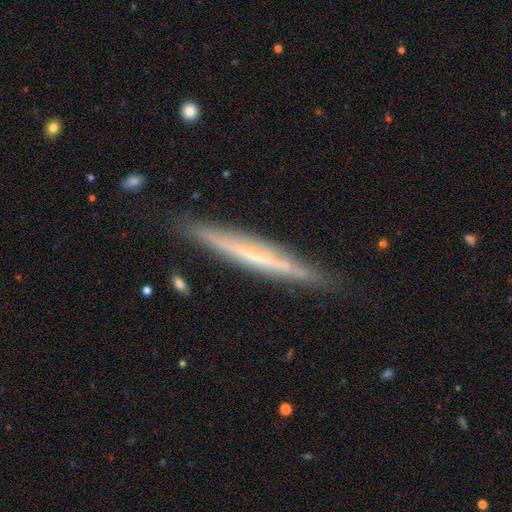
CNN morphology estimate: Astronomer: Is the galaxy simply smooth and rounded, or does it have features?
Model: featured or disk — 63%.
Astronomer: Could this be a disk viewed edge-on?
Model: yes — 95%.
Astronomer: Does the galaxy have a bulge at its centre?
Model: none — 79%.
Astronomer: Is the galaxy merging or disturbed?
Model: none — 87%.